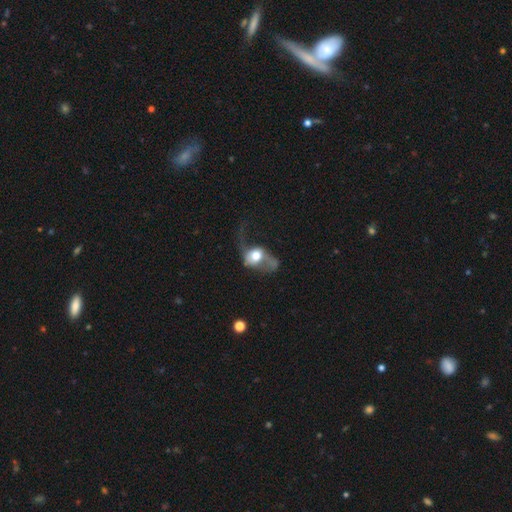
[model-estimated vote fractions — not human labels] This appears to be a featured or disk galaxy (47%). Merging: major disturbance (60%).